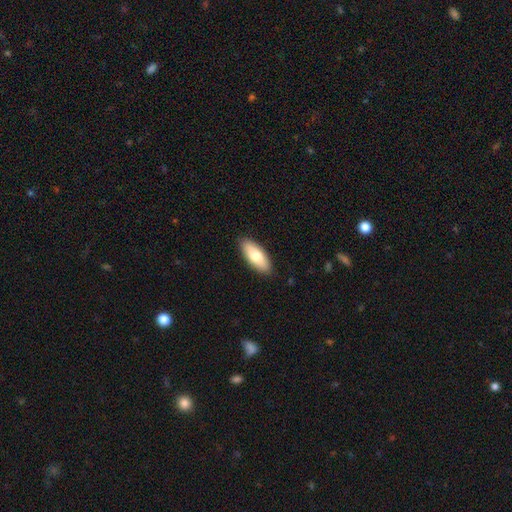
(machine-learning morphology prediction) Overall: smooth (75%). How rounded: in between (80%). Merging: none (89%).